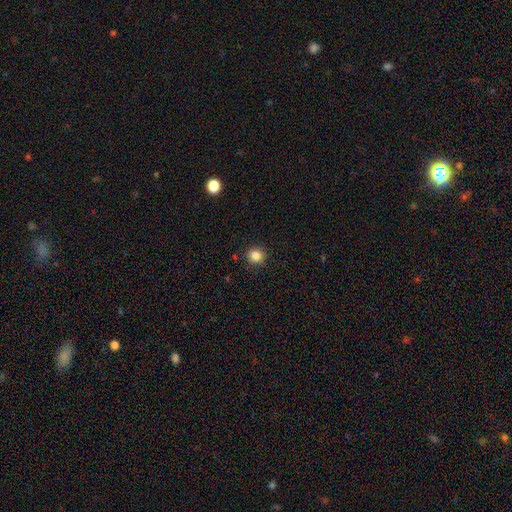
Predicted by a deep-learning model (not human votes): smooth_or_featured: smooth (p=0.85) [alt: star or artifact p=0.11]
how_rounded: round (p=0.90) [alt: in between p=0.09]
merging: none (p=0.90) [alt: minor disturbance p=0.06]